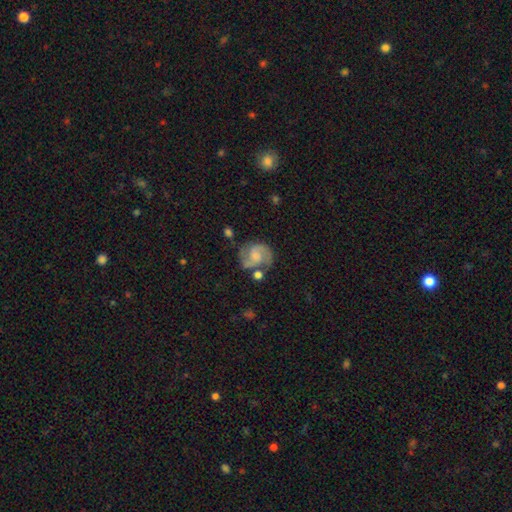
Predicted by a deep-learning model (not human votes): smooth_or_featured: featured or disk (p=0.78) [alt: smooth p=0.15]
disk_edge_on: no (p=0.98) [alt: yes p=0.02]
bar: no (p=0.51) [alt: weak p=0.40]
has_spiral_arms: yes (p=0.95) [alt: no p=0.05]
spiral_winding: medium (p=0.55) [alt: tight p=0.24]
spiral_arm_count: 2 (p=0.89) [alt: can't tell p=0.04]
bulge_size: none (p=0.35) [alt: moderate p=0.27]
merging: none (p=0.61) [alt: minor disturbance p=0.20]